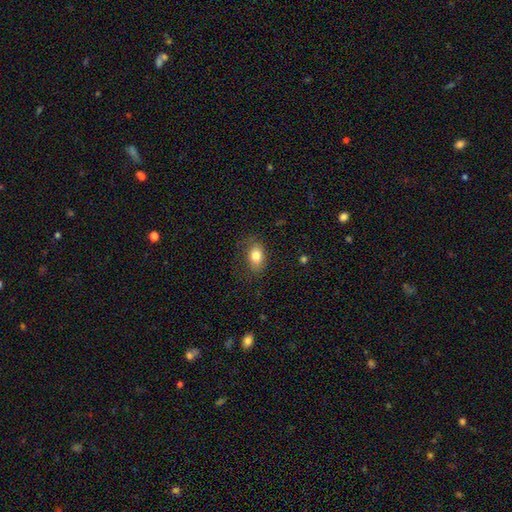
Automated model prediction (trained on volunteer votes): smooth-or-featured: smooth: 81% | featured or disk: 10% | star or artifact: 9%
  how-rounded: in between: 83% | round: 16% | cigar-shaped: 2%
  merging: none: 75% | minor disturbance: 17% | major disturbance: 6% | merger: 1%